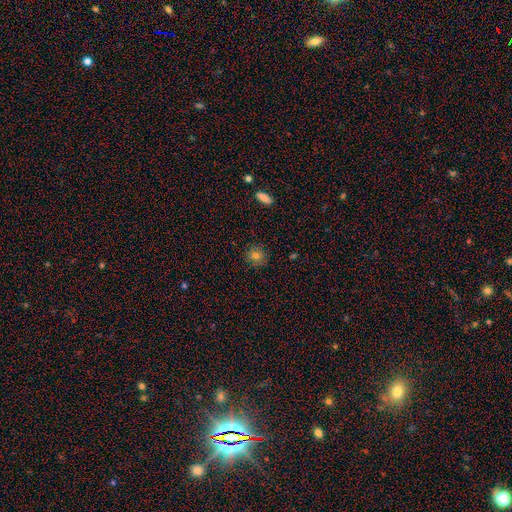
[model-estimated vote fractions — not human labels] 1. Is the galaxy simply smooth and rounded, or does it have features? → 78% smooth, 13% star or artifact, 9% featured or disk.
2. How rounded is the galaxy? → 89% round, 10% in between, 1% cigar-shaped.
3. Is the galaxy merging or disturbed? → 88% none, 9% minor disturbance, 2% major disturbance, 1% merger.